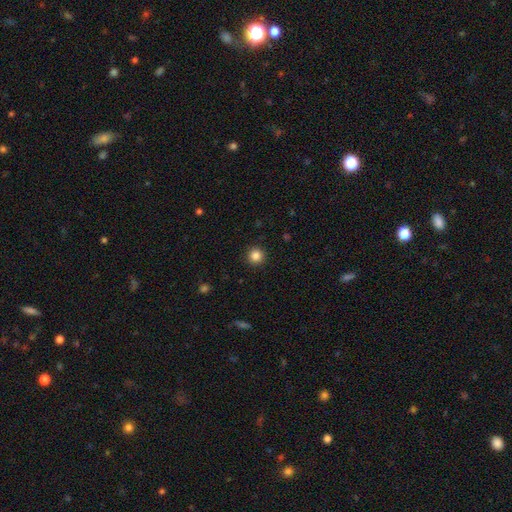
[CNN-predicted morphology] type=smooth (84%); roundness=round (95%); merging=none (92%).